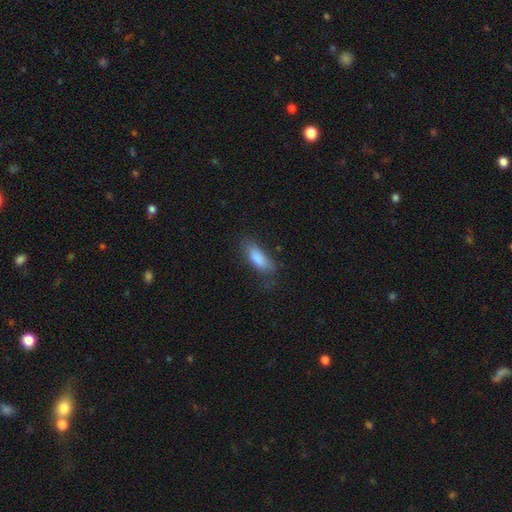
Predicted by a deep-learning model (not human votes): Smooth or featured?
  - smooth: 81% *
  - featured or disk: 11%
  - star or artifact: 8%
How rounded?
  - in between: 66% *
  - cigar-shaped: 32%
  - round: 2%
Merging?
  - none: 67% *
  - minor disturbance: 23%
  - major disturbance: 9%
  - merger: 2%